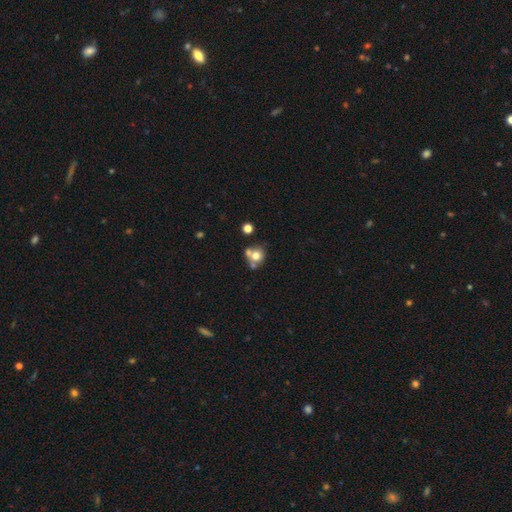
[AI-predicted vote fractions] Overall: smooth (69%). How rounded: round (81%). Merging: none (43%; merger 42%).